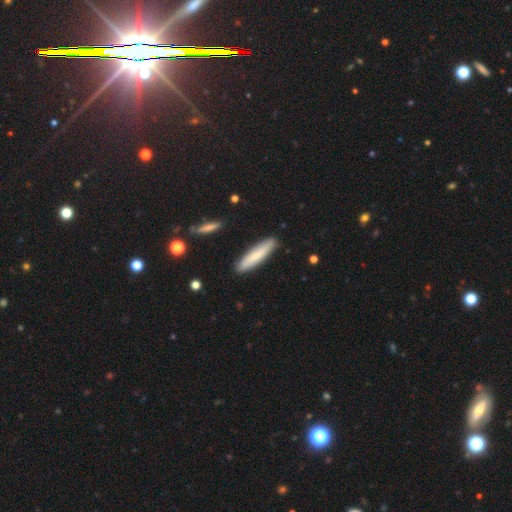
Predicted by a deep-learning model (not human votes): Q: Smooth or featured?
A: smooth (72%); runner-up: featured or disk (22%)
Q: How rounded?
A: cigar-shaped (84%); runner-up: in between (14%)
Q: Merging?
A: none (89%); runner-up: minor disturbance (8%)